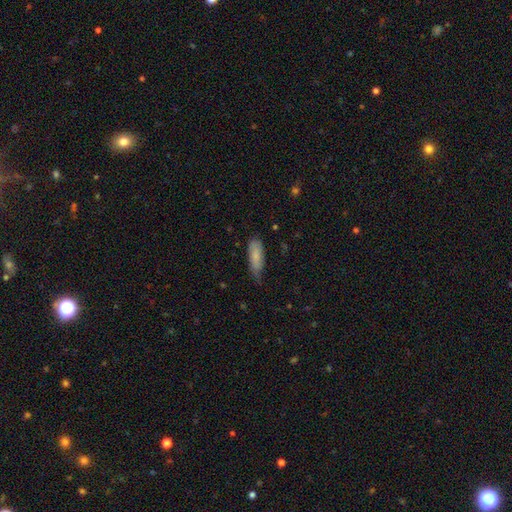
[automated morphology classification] smooth_or_featured: smooth (p=0.81) [alt: featured or disk p=0.13]
how_rounded: in between (p=0.62) [alt: cigar-shaped p=0.37]
merging: none (p=0.47) [alt: minor disturbance p=0.42]